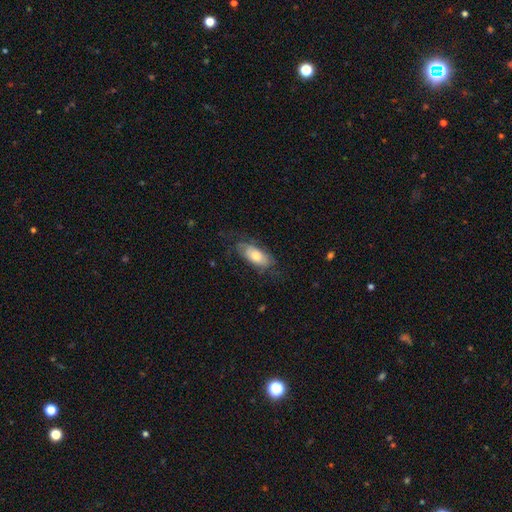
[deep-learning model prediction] A smooth galaxy with no disk features (60%) that is in between round and cigar-shaped (86%).

Vote fractions:
- Smooth or featured? smooth: 60% / featured or disk: 34% / star or artifact: 6%
- How rounded? in between: 86% / cigar-shaped: 12% / round: 3%
- Merging? none: 60% / minor disturbance: 24% / major disturbance: 15% / merger: 1%